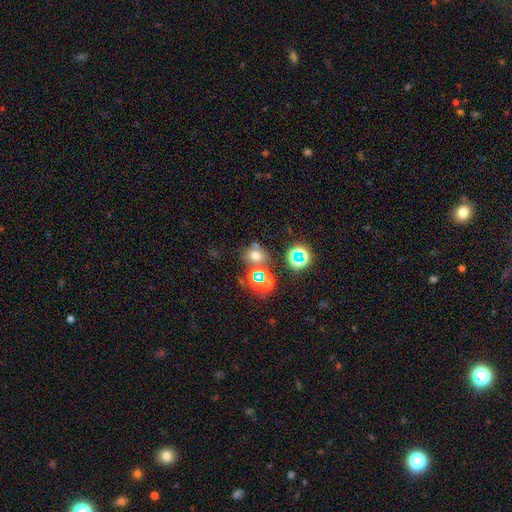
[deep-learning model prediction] This appears to be a smooth galaxy with no disk features (56%) that is round (67%). Merging: none (58%).